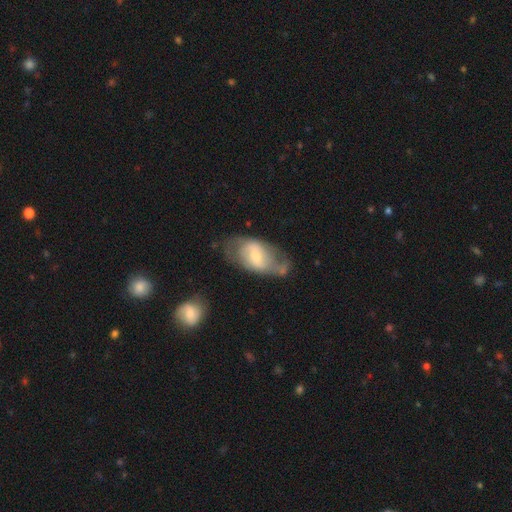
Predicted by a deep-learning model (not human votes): Morphology: type=featured or disk (62%); edge-on=no (93%); bar=weak (48%); spiral arms=yes (70%); bulge=small (48%); merging=none (53%).